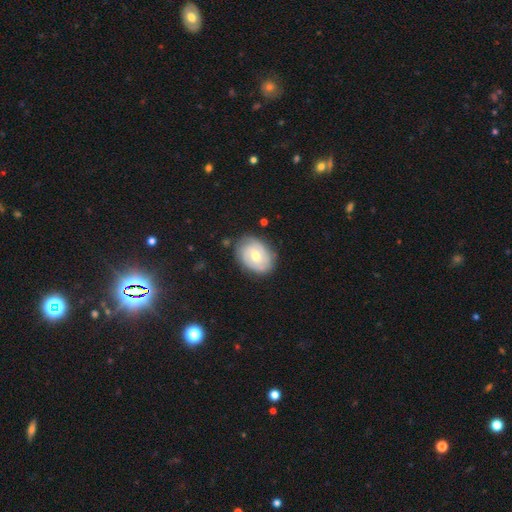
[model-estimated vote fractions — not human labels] Smooth or featured?
  - featured or disk: 61% *
  - smooth: 32%
  - star or artifact: 6%
Edge-on disk?
  - no: 96% *
  - yes: 4%
Bar?
  - no: 56% *
  - weak: 37%
  - strong: 7%
Spiral arms?
  - yes: 80% *
  - no: 20%
Bulge size?
  - moderate: 68% *
  - small: 26%
  - large: 3%
  - none: 1%
  - dominant: 1%
Merging?
  - none: 77% *
  - minor disturbance: 17%
  - major disturbance: 4%
  - merger: 2%